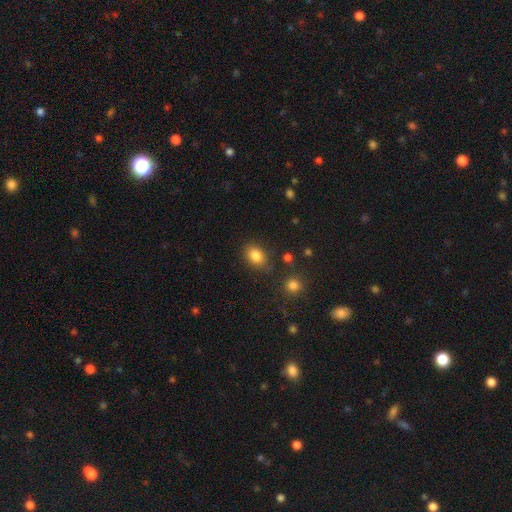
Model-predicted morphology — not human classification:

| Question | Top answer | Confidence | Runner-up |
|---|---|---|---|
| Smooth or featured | smooth | 85% | star or artifact (10%) |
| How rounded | in between | 72% | round (27%) |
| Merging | none | 80% | minor disturbance (13%) |